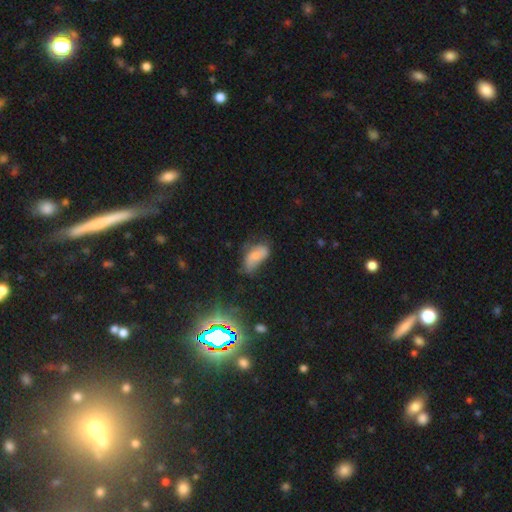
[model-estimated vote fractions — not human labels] A smooth galaxy with no disk features (63%) that is in between round and cigar-shaped (89%).

Vote fractions:
- Smooth or featured? smooth: 63% / featured or disk: 24% / star or artifact: 14%
- How rounded? in between: 89% / cigar-shaped: 6% / round: 5%
- Merging? none: 36% / minor disturbance: 35% / major disturbance: 22% / merger: 7%